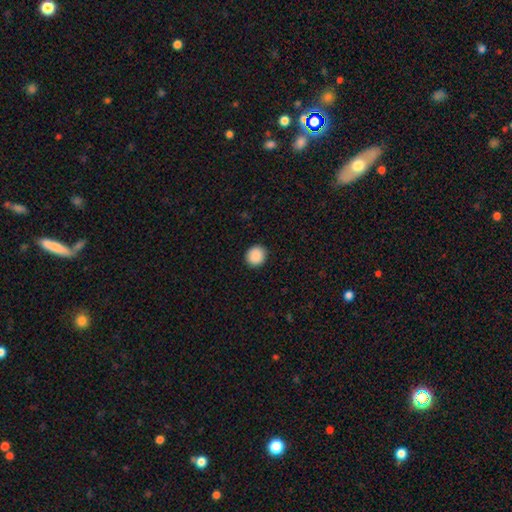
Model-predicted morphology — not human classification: smooth_or_featured: smooth (p=0.90) [alt: star or artifact p=0.08]
how_rounded: round (p=0.89) [alt: in between p=0.10]
merging: none (p=0.92) [alt: minor disturbance p=0.05]